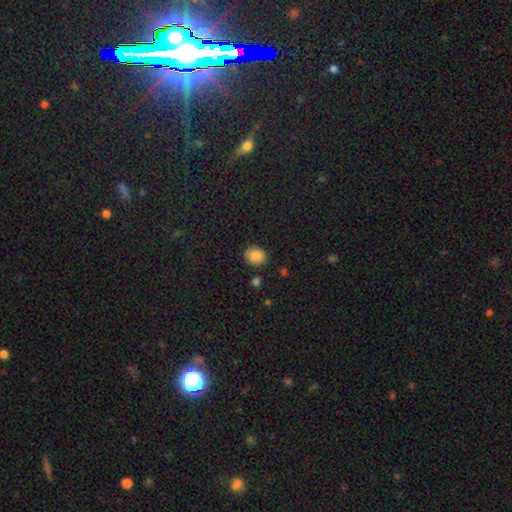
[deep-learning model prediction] smooth-or-featured: smooth: 86% | star or artifact: 10% | featured or disk: 4%
  how-rounded: round: 61% | in between: 38% | cigar-shaped: 1%
  merging: none: 83% | minor disturbance: 11% | major disturbance: 3% | merger: 3%